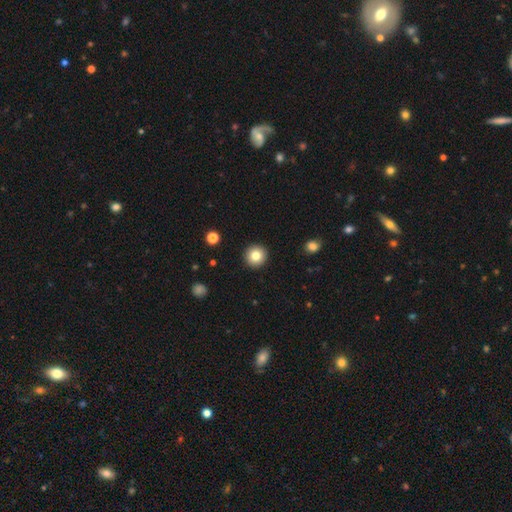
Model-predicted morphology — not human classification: Overall: smooth (82%). How rounded: round (95%). Merging: none (93%).